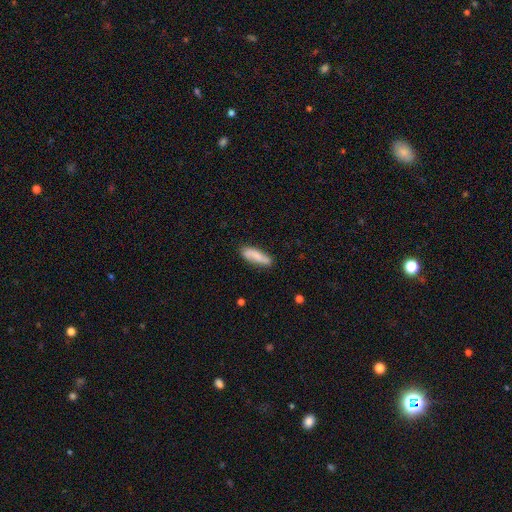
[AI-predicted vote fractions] Smooth or featured?
  - smooth: 74% *
  - featured or disk: 19%
  - star or artifact: 6%
How rounded?
  - cigar-shaped: 53% *
  - in between: 45%
  - round: 2%
Merging?
  - none: 78% *
  - minor disturbance: 16%
  - major disturbance: 3%
  - merger: 3%